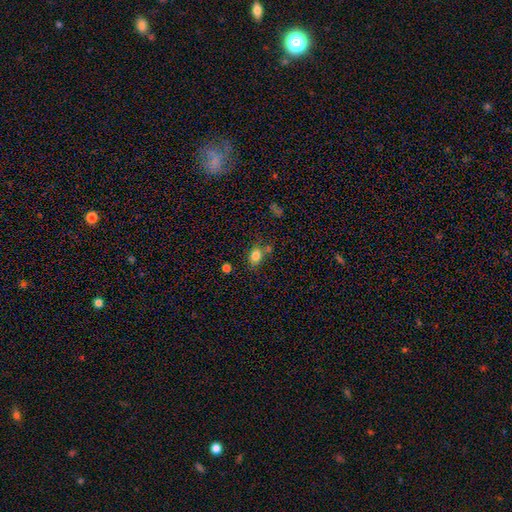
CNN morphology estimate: smooth_or_featured: smooth (p=0.81) [alt: star or artifact p=0.11]
how_rounded: in between (p=0.68) [alt: round p=0.30]
merging: none (p=0.63) [alt: minor disturbance p=0.18]